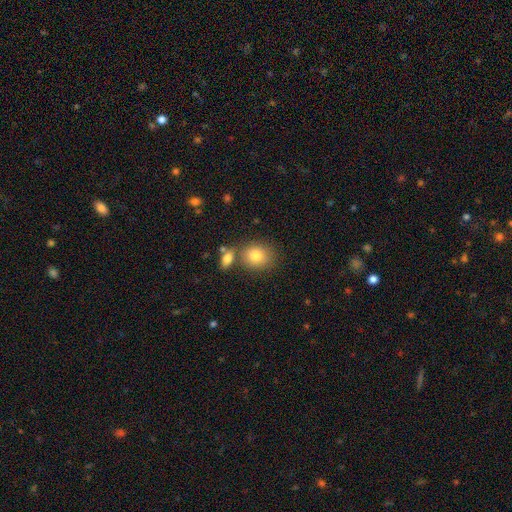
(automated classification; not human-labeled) smooth-or-featured: smooth: 82% | featured or disk: 10% | star or artifact: 9%
  how-rounded: round: 63% | in between: 36% | cigar-shaped: 1%
  merging: none: 65% | merger: 19% | minor disturbance: 12% | major disturbance: 4%